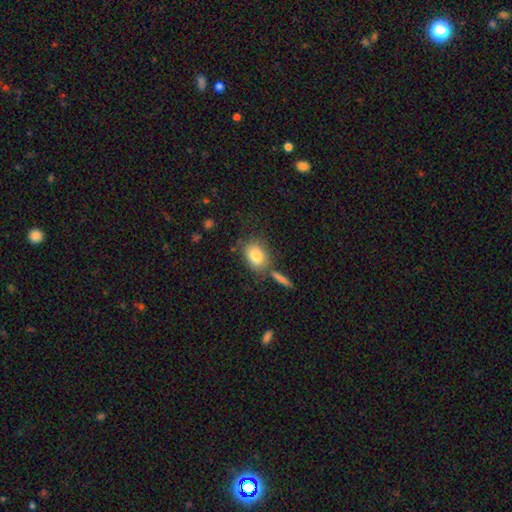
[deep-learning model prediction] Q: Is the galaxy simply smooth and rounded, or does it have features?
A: smooth — 82%.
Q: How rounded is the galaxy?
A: in between — 67%.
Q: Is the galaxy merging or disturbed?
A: none — 66%.